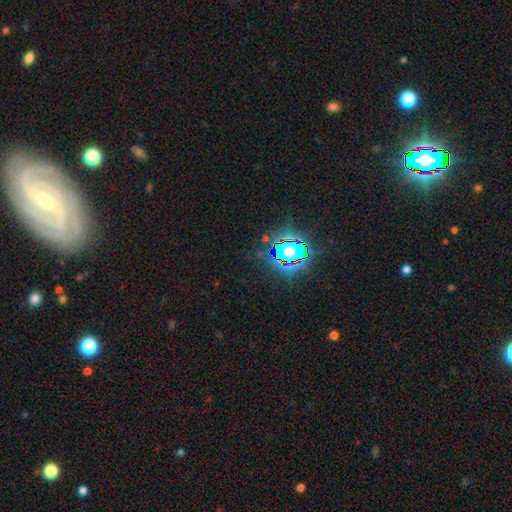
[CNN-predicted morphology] Smooth or featured? star or artifact (80%)